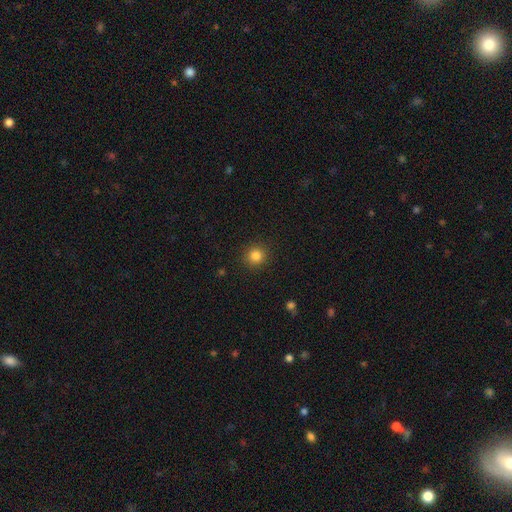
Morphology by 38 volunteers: smooth 92%, star or artifact 8%, featured or disk 0%. Down the decision tree: how rounded — round (94%); merging — none (86%).